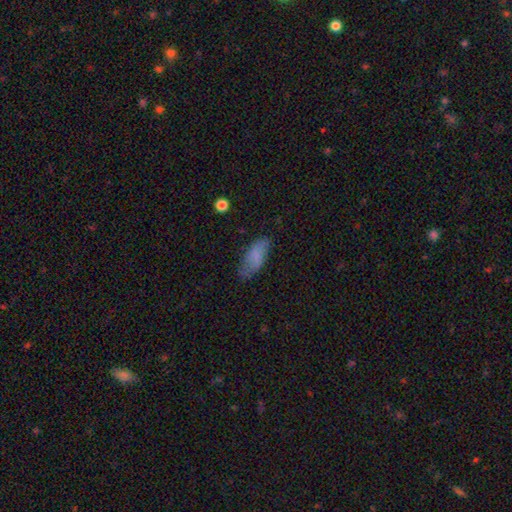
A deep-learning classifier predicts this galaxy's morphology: type=smooth (75%); roundness=in between (83%); merging=none (70%).